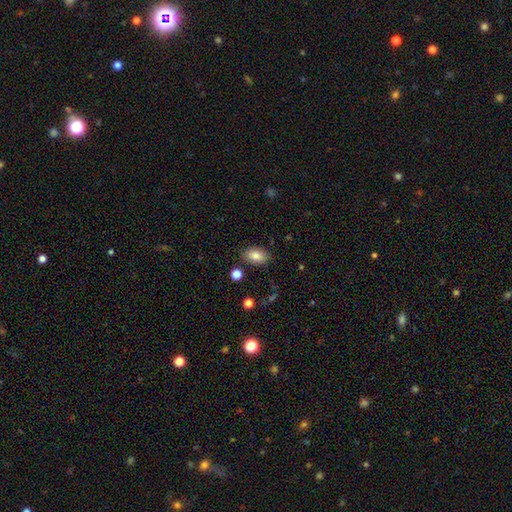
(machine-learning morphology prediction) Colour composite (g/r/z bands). It shows a smooth galaxy with no disk features (83%) that is in between round and cigar-shaped (90%). Merging: none (84%).